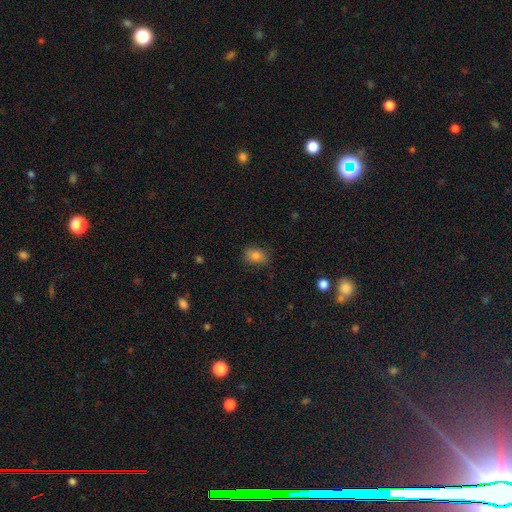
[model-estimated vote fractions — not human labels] This appears to be a smooth galaxy with no disk features (80%) that is in between round and cigar-shaped (71%). Merging: none (83%).